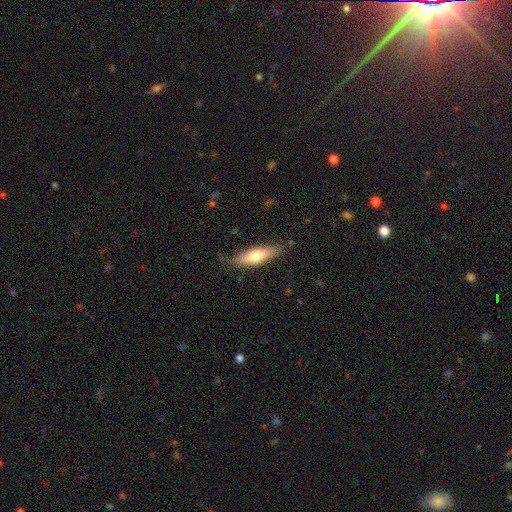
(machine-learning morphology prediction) This appears to be a smooth galaxy with no disk features (64%) that is cigar-shaped (55%). Merging: none (81%).